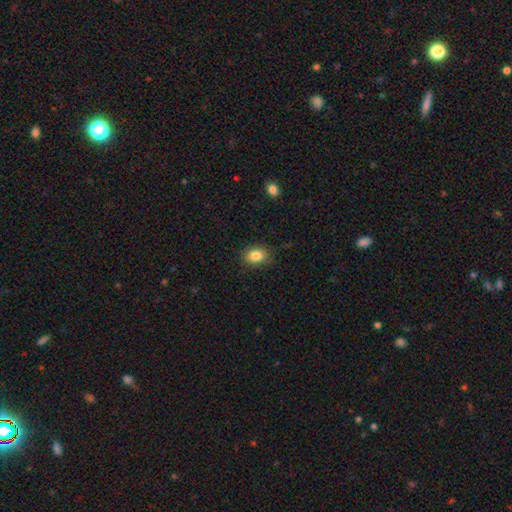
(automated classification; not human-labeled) smooth-or-featured: smooth: 84% | star or artifact: 9% | featured or disk: 7%
  how-rounded: in between: 70% | round: 29% | cigar-shaped: 1%
  merging: none: 87% | minor disturbance: 10% | major disturbance: 2% | merger: 1%